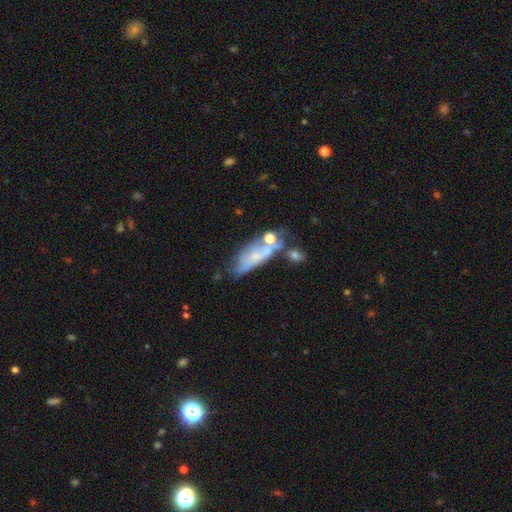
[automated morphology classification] A featured or disk galaxy (48%). Merging: none (33%).